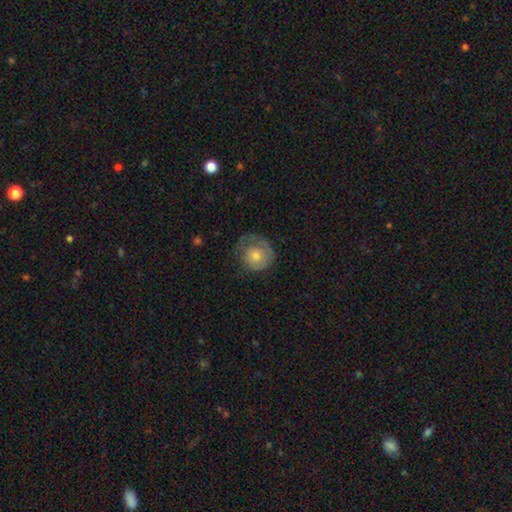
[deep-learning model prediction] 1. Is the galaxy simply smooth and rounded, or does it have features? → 51% smooth, 42% featured or disk, 8% star or artifact.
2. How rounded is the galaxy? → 87% round, 12% in between, 1% cigar-shaped.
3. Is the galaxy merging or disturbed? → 58% none, 23% minor disturbance, 18% major disturbance, 1% merger.